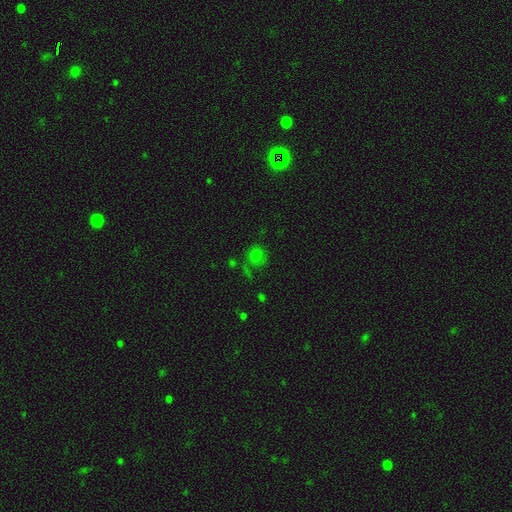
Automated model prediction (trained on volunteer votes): A smooth galaxy with no disk features (64%) that is round (81%).

Vote fractions:
- Smooth or featured? smooth: 64% / star or artifact: 25% / featured or disk: 11%
- How rounded? round: 81% / in between: 18% / cigar-shaped: 1%
- Merging? none: 57% / minor disturbance: 18% / major disturbance: 13% / merger: 11%